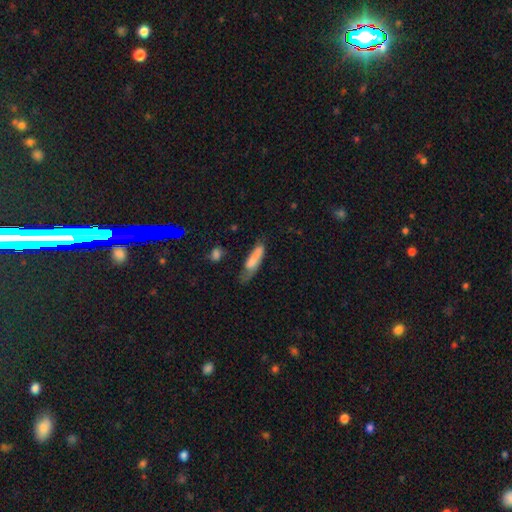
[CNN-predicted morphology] This appears to be a smooth galaxy with no disk features (69%) that is cigar-shaped (67%). Merging: none (43%).